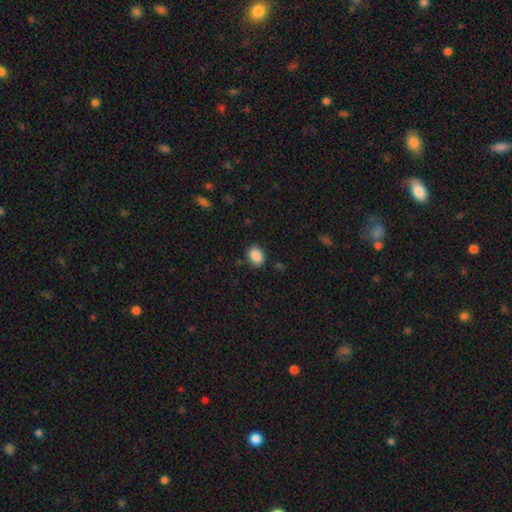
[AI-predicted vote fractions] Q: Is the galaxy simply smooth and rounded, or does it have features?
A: smooth — 88%.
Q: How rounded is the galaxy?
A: in between — 74%.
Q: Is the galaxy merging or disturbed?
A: none — 83%.